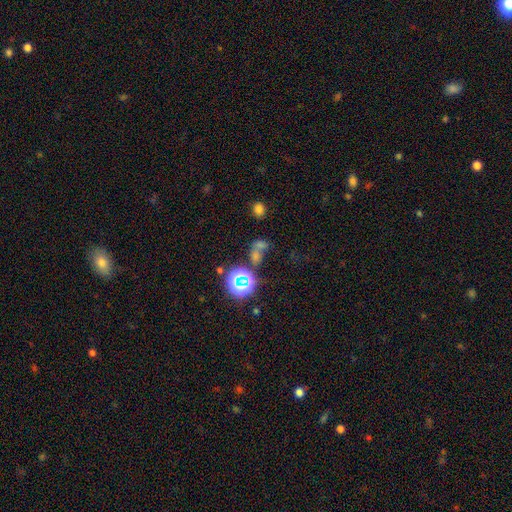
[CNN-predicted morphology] Smooth or featured? Predicted: smooth (p=0.45). Merging? Predicted: merger (p=0.44).